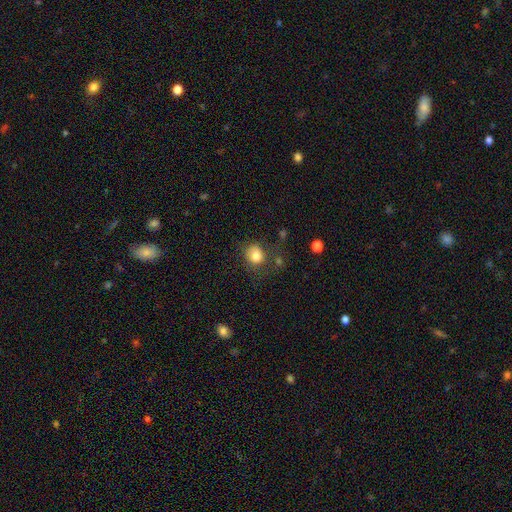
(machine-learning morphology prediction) smooth_or_featured: smooth (p=0.81) [alt: star or artifact p=0.11]
how_rounded: round (p=0.77) [alt: in between p=0.22]
merging: none (p=0.65) [alt: minor disturbance p=0.20]